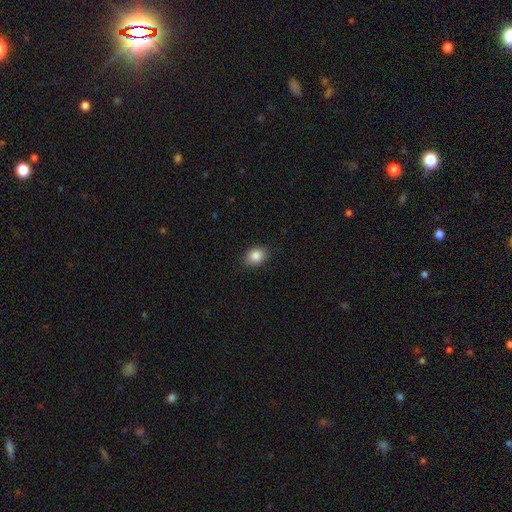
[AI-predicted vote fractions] A smooth galaxy with no disk features (86%) that is in between round and cigar-shaped (63%). Merging: none (86%).